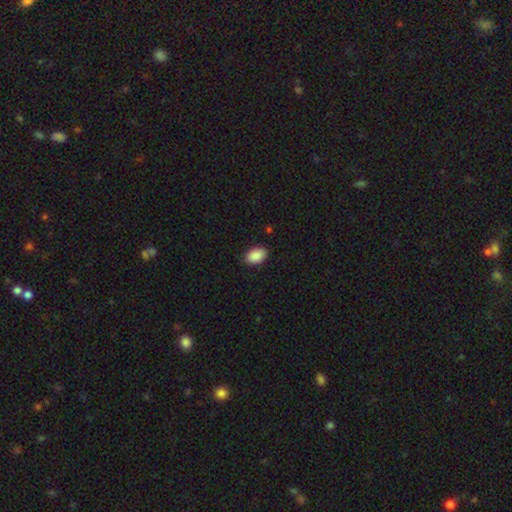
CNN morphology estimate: smooth_or_featured: smooth (p=0.90) [alt: star or artifact p=0.07]
how_rounded: in between (p=0.91) [alt: round p=0.08]
merging: none (p=0.87) [alt: minor disturbance p=0.10]